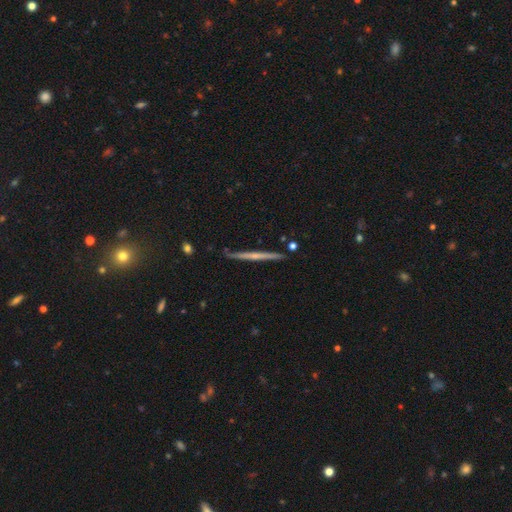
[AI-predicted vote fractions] Smooth or featured? Predicted: featured or disk (p=0.61). Edge-on disk? Predicted: yes (p=0.97). Edge-on bulge? Predicted: none (p=0.70). Merging? Predicted: none (p=0.87).